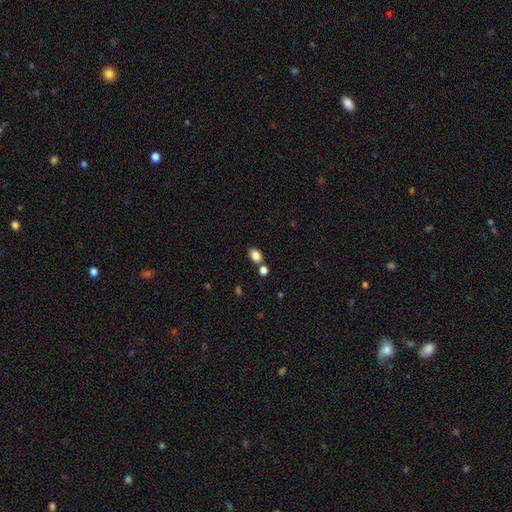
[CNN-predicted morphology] The model was most divided on "merging": none: 66%, merger: 19%, minor disturbance: 11%, major disturbance: 3%. More confident: smooth or featured — smooth (83%); how rounded — in between (74%).